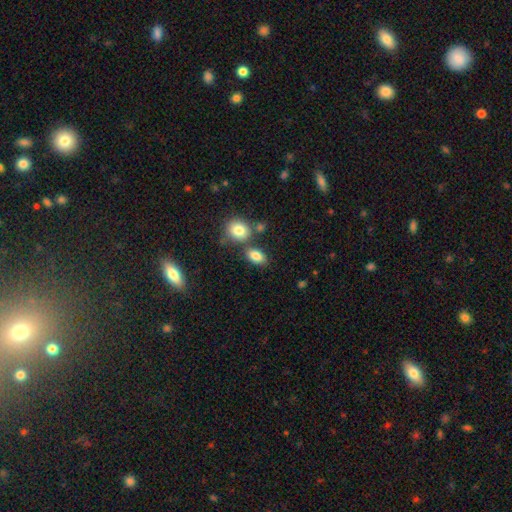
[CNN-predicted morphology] Smooth or featured?
  - smooth: 83% *
  - star or artifact: 9%
  - featured or disk: 7%
How rounded?
  - in between: 84% *
  - round: 14%
  - cigar-shaped: 2%
Merging?
  - none: 66% *
  - merger: 19%
  - minor disturbance: 12%
  - major disturbance: 4%